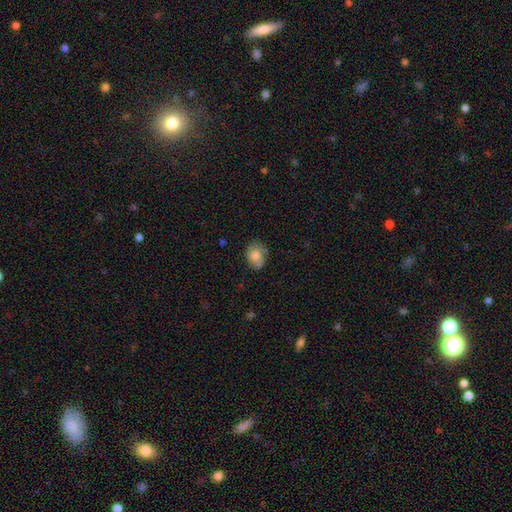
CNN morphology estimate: Smooth or featured? Predicted: smooth (p=0.70). How rounded? Predicted: in between (p=0.59). Merging? Predicted: none (p=0.57).